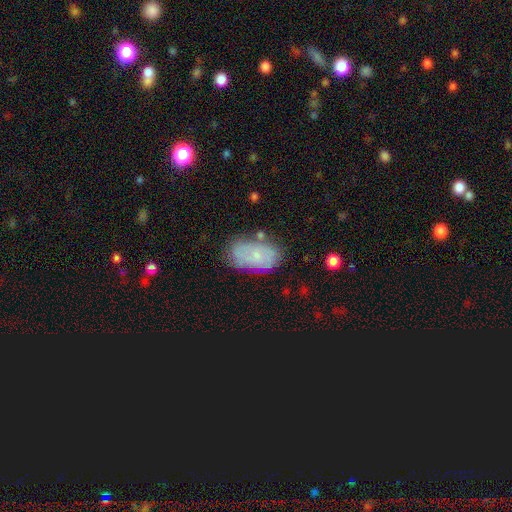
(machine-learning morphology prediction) Smooth or featured?
  - smooth: 53% *
  - featured or disk: 37%
  - star or artifact: 10%
How rounded?
  - in between: 92% *
  - round: 6%
  - cigar-shaped: 2%
Merging?
  - none: 67% *
  - minor disturbance: 22%
  - major disturbance: 6%
  - merger: 5%